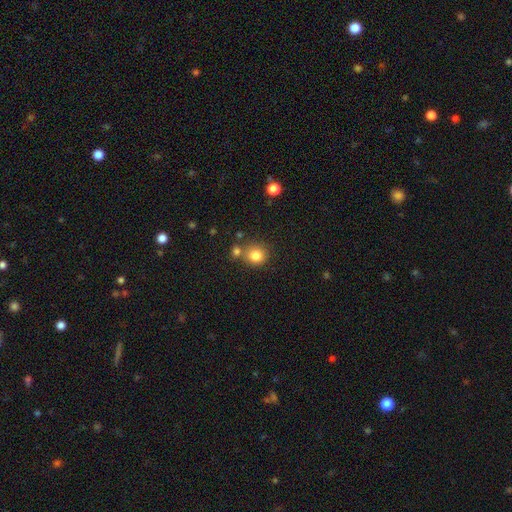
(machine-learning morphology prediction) Smooth or featured? Predicted: smooth (p=0.82). How rounded? Predicted: round (p=0.87). Merging? Predicted: none (p=0.68).